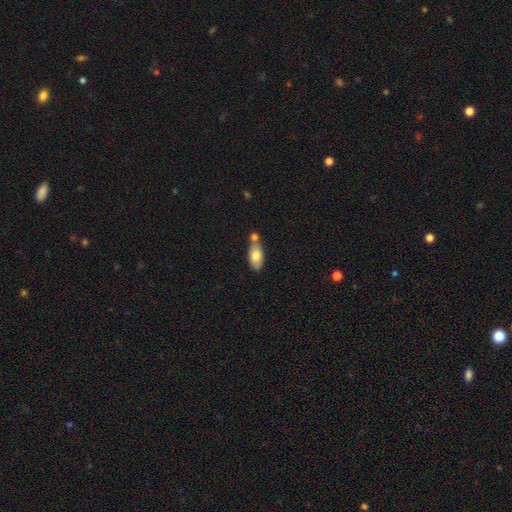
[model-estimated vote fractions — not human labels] Smooth or featured? Predicted: smooth (p=0.75). How rounded? Predicted: in between (p=0.90). Merging? Predicted: none (p=0.48).